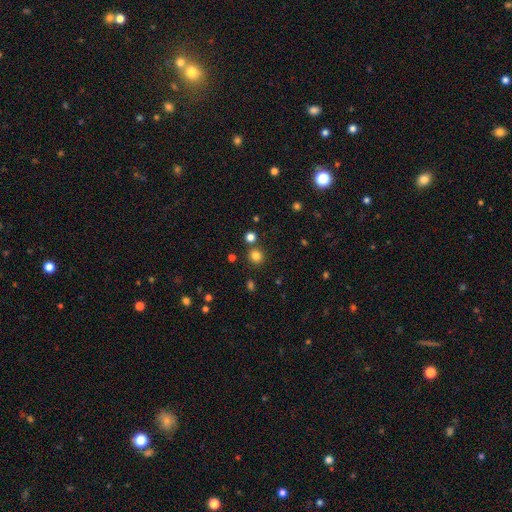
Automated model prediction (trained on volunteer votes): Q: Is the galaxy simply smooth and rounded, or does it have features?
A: smooth — 80%.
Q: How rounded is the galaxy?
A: round — 90%.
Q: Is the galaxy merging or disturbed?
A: none — 84%.